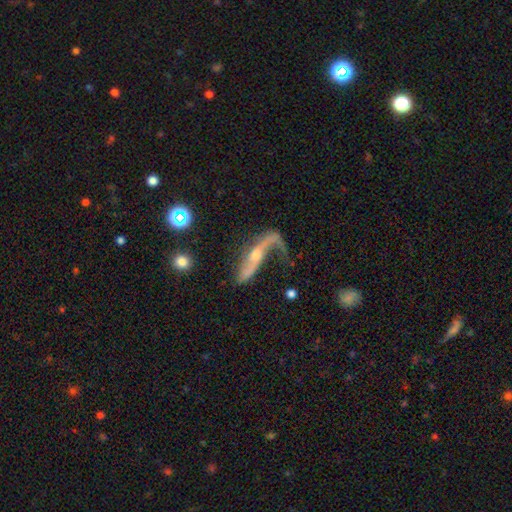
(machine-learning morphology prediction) Smooth or featured? Predicted: featured or disk (p=0.83). Edge-on disk? Predicted: no (p=0.68). Bar? Predicted: no (p=0.48). Spiral arms? Predicted: yes (p=0.90). Spiral winding? Predicted: loose (p=0.88). Spiral arm count? Predicted: 2 (p=0.74). Bulge size? Predicted: small (p=0.49). Merging? Predicted: none (p=0.39).